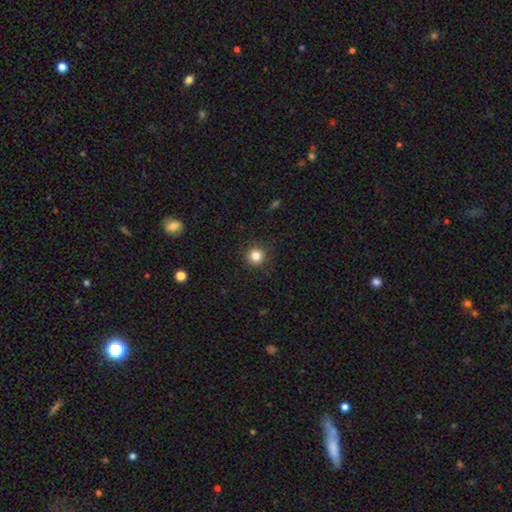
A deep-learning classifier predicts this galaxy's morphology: type=smooth (83%); roundness=round (95%); merging=none (92%).